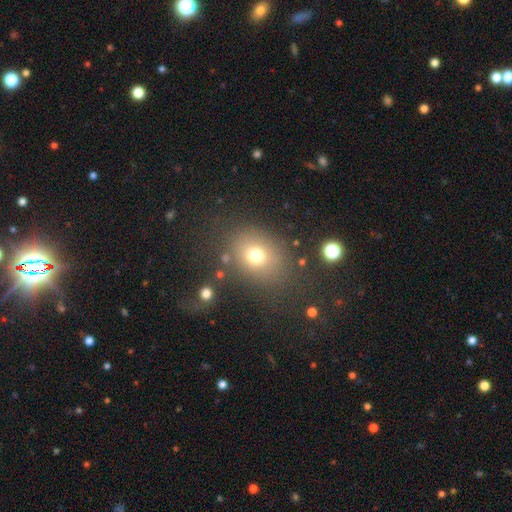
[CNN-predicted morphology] Smooth or featured? Predicted: smooth (p=0.73). How rounded? Predicted: round (p=0.52). Merging? Predicted: none (p=0.76).